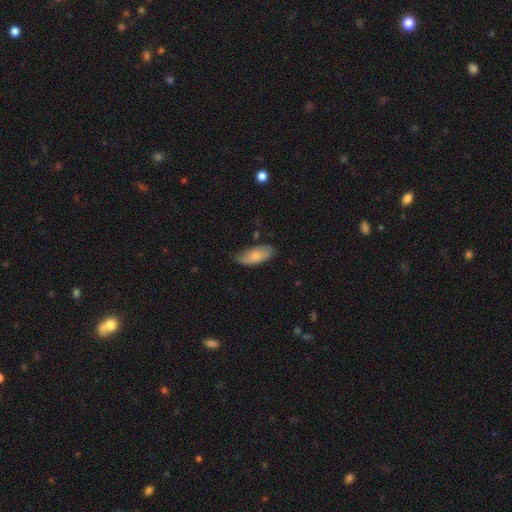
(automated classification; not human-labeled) The model was most divided on "merging": none: 70%, minor disturbance: 24%, major disturbance: 4%, merger: 2%. More confident: how rounded — in between (83%); smooth or featured — smooth (76%).